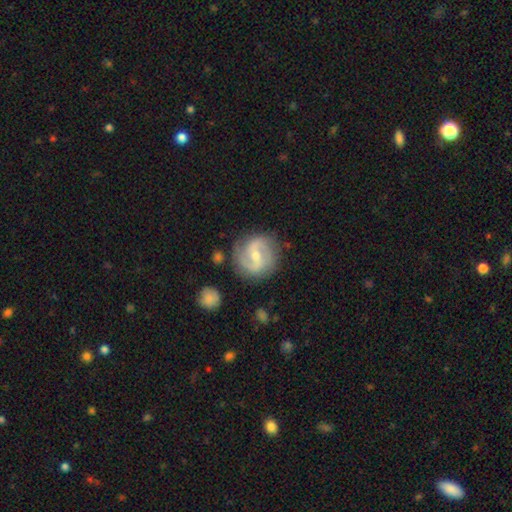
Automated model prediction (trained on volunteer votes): The model was most divided on "bulge size": moderate: 49%, small: 47%, large: 1%, none: 1%, dominant: 1%. Remaining: edge-on disk — no (97%); spiral arms — yes (94%); spiral arm count — 2 (89%); smooth or featured — featured or disk (83%); merging — none (80%); spiral winding — medium (51%); bar — weak (47%).